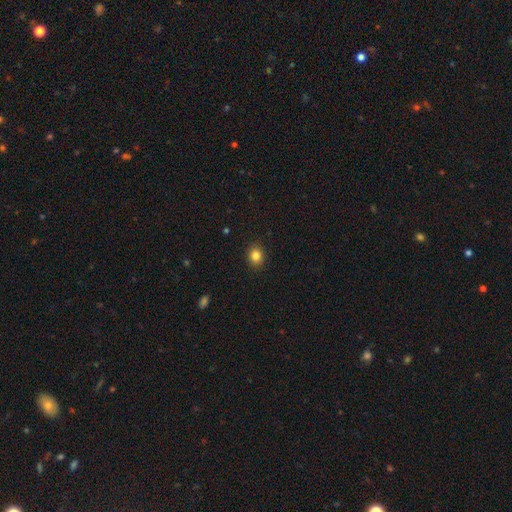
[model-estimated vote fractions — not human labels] A smooth galaxy with no disk features (83%) that is round (68%).

Vote fractions:
- Smooth or featured? smooth: 83% / star or artifact: 11% / featured or disk: 5%
- How rounded? round: 68% / in between: 31% / cigar-shaped: 1%
- Merging? none: 90% / minor disturbance: 7% / major disturbance: 2% / merger: 1%